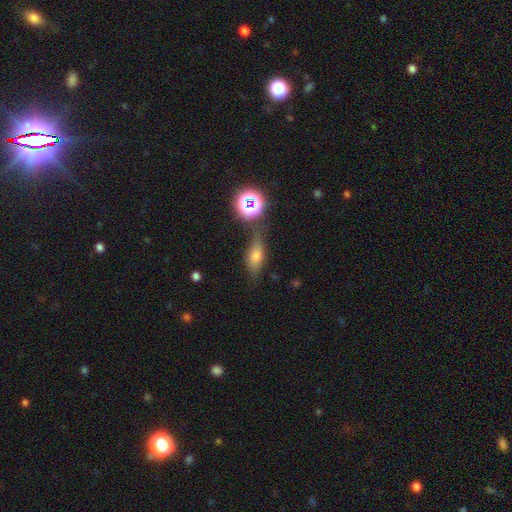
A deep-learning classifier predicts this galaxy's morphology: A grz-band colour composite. It shows a smooth galaxy with no disk features (58%) that is in between round and cigar-shaped (63%). Merging: none (65%).